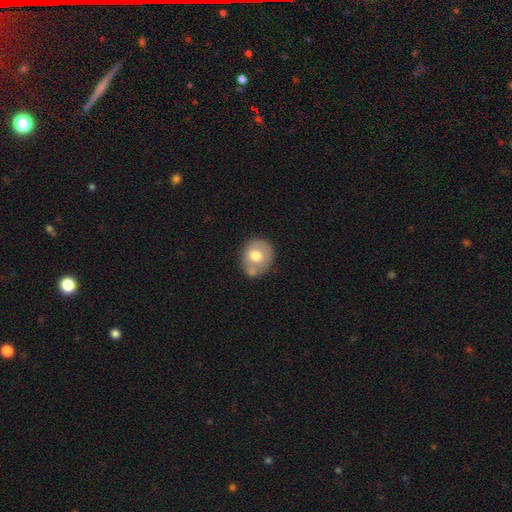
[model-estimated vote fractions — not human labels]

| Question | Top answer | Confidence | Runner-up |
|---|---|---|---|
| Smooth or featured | smooth | 67% | featured or disk (26%) |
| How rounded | round | 67% | in between (32%) |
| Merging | none | 50% | minor disturbance (22%) |